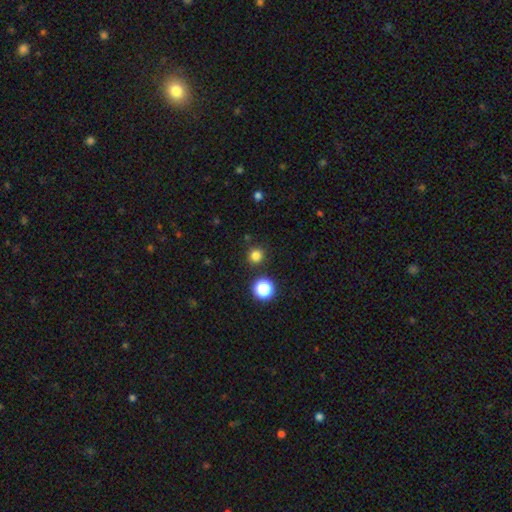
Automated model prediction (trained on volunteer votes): smooth-or-featured: smooth: 80% | star or artifact: 16% | featured or disk: 4%
  how-rounded: round: 95% | in between: 5% | cigar-shaped: 1%
  merging: none: 90% | minor disturbance: 5% | merger: 2% | major disturbance: 2%